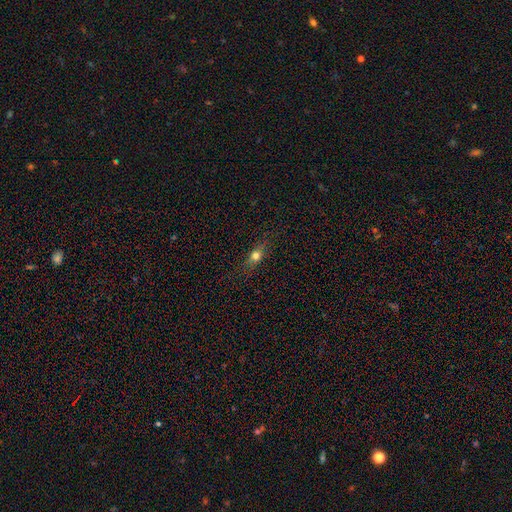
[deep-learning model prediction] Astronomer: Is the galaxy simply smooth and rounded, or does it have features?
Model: smooth — 61%.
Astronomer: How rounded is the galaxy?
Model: in between — 51% (runner-up: cigar-shaped, 29%).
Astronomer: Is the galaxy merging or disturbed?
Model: none — 82%.